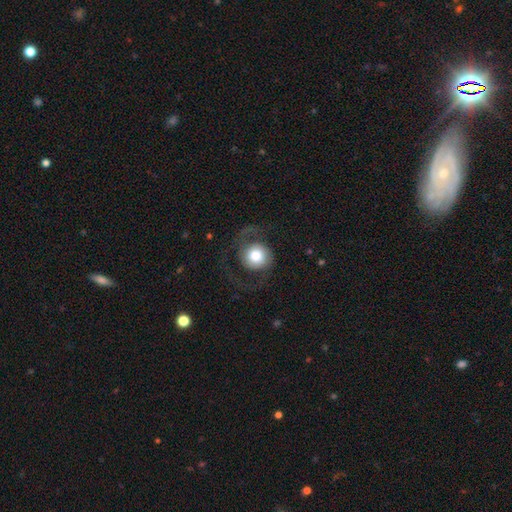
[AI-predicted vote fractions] This appears to be a featured or disk galaxy (49%). Merging: none (61%).